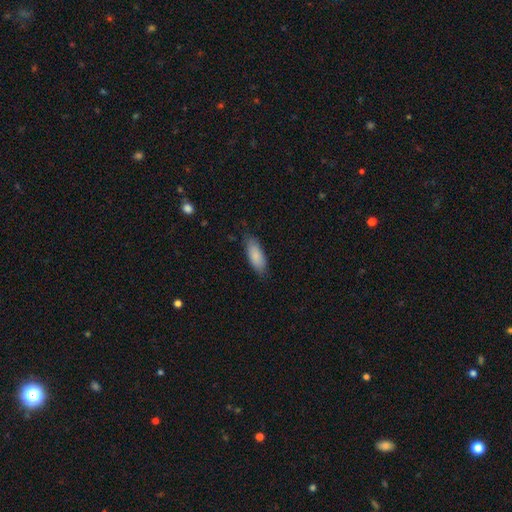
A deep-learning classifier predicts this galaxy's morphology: smooth-or-featured: smooth: 86% | featured or disk: 8% | star or artifact: 6%
  how-rounded: in between: 73% | cigar-shaped: 25% | round: 2%
  merging: none: 79% | minor disturbance: 17% | major disturbance: 3% | merger: 1%